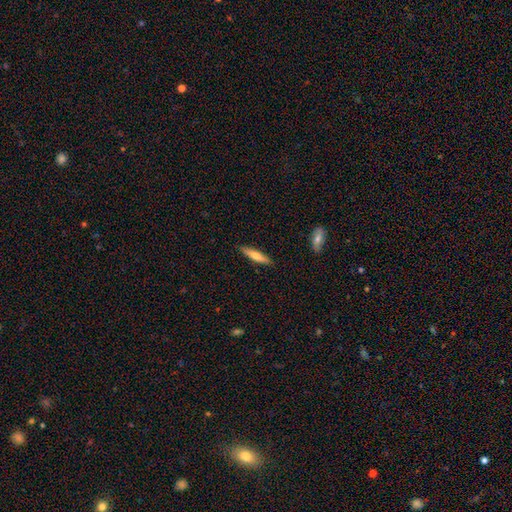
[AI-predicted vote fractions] Smooth or featured? smooth (65%)
How rounded? cigar-shaped (82%)
Merging? none (89%)